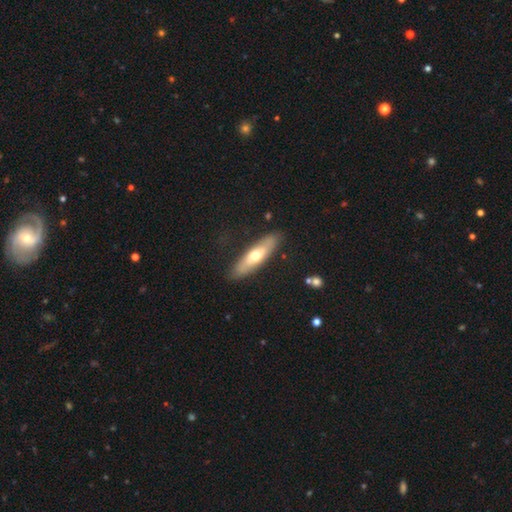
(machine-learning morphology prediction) smooth_or_featured: smooth (p=0.52) [alt: featured or disk p=0.43]
how_rounded: cigar-shaped (p=0.57) [alt: in between p=0.41]
merging: none (p=0.85) [alt: minor disturbance p=0.11]